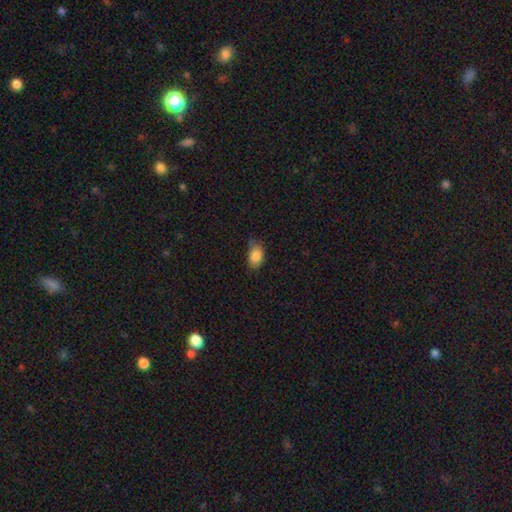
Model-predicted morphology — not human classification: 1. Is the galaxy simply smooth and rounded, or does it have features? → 86% smooth, 8% star or artifact, 6% featured or disk.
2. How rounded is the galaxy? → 86% in between, 13% round, 2% cigar-shaped.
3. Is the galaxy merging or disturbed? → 50% none, 39% minor disturbance, 9% major disturbance, 2% merger.